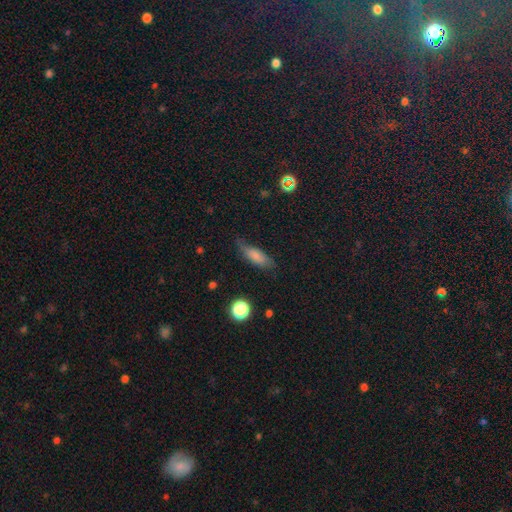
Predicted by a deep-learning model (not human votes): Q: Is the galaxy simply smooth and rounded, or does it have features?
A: smooth — 75%.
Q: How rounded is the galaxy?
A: in between — 57%.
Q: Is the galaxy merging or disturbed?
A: none — 64%.